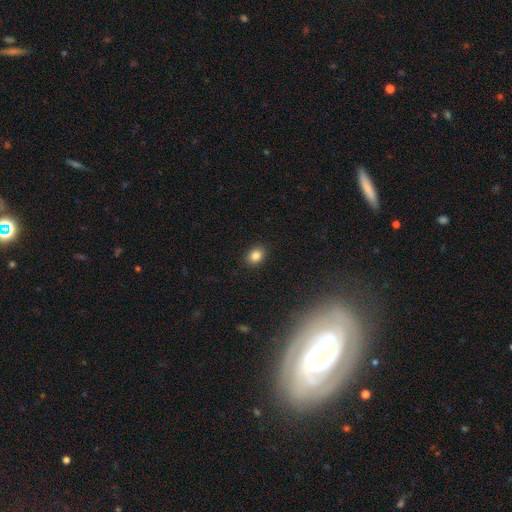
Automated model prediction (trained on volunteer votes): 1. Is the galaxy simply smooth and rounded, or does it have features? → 84% smooth, 10% star or artifact, 6% featured or disk.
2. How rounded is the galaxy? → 64% in between, 35% round, 1% cigar-shaped.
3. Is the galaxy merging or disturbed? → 89% none, 8% minor disturbance, 2% major disturbance, 1% merger.